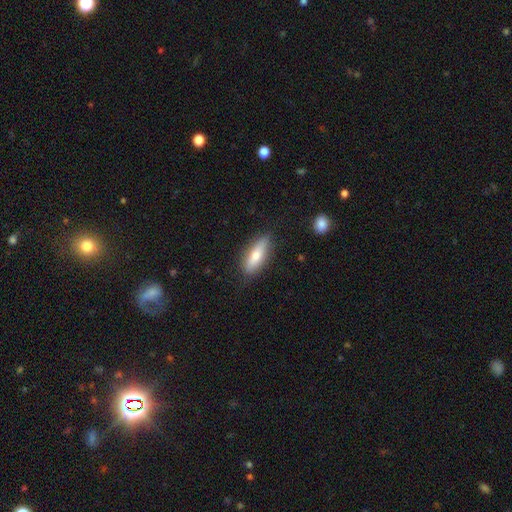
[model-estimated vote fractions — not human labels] Overall: smooth (67%). How rounded: in between (57%; cigar-shaped 40%). Merging: none (82%).